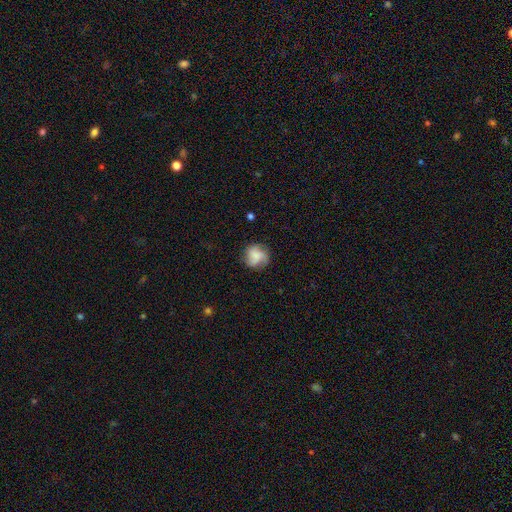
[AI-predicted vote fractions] Q: Smooth or featured?
A: smooth (48%); runner-up: featured or disk (42%)
Q: Merging?
A: none (72%); runner-up: minor disturbance (17%)